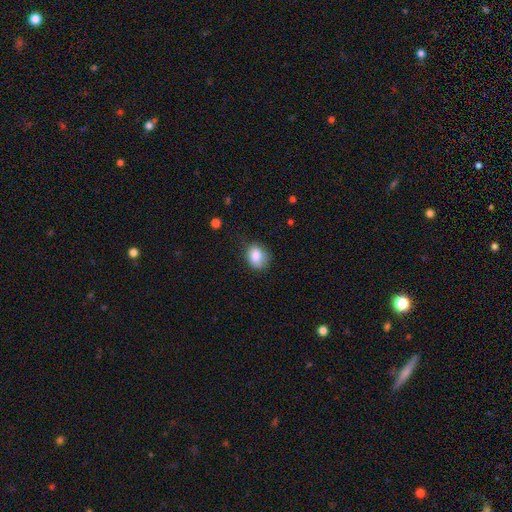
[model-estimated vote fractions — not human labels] smooth-or-featured: smooth: 85% | star or artifact: 9% | featured or disk: 7%
  how-rounded: in between: 57% | round: 42% | cigar-shaped: 1%
  merging: none: 64% | minor disturbance: 27% | major disturbance: 7% | merger: 2%